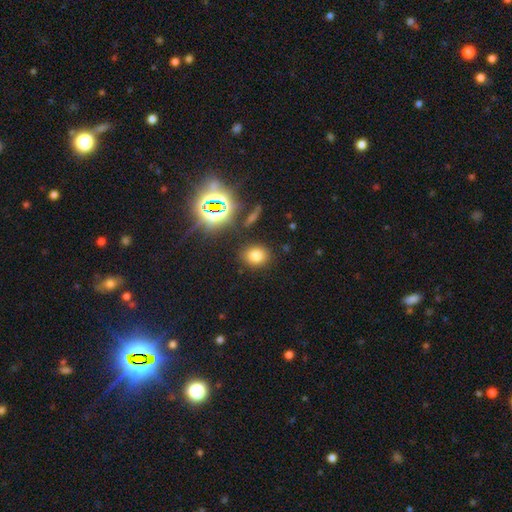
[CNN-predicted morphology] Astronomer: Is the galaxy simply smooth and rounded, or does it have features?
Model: smooth — 72%.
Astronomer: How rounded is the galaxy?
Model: round — 61% (runner-up: in between, 38%).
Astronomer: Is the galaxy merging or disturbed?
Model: none — 86%.